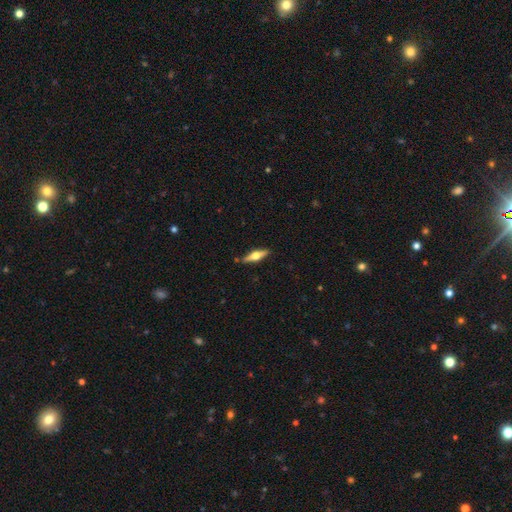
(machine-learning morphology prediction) The model was most divided on "smooth or featured": featured or disk: 66%, smooth: 28%, star or artifact: 6%. More confident: edge-on disk — yes (96%); edge-on bulge — rounded (95%); merging — none (88%).